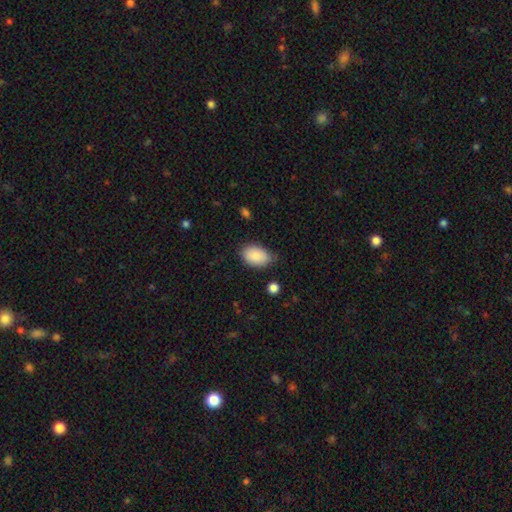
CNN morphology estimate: This is clearly a smooth galaxy (87%). How rounded: clearly in between (90%). Merging: likely none (73%).